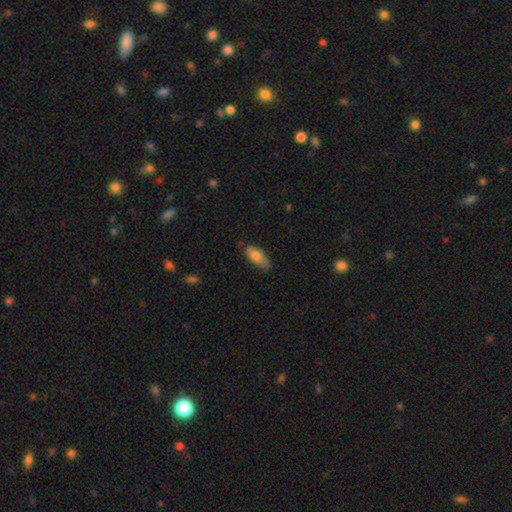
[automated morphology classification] Smooth or featured? smooth (78%)
How rounded? in between (81%)
Merging? none (72%)